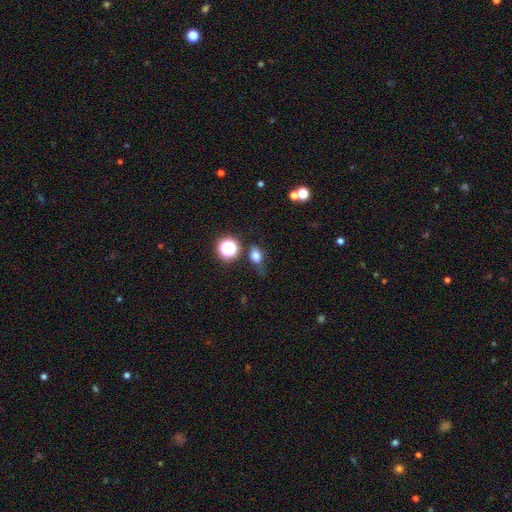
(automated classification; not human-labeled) A smooth galaxy with no disk features (75%) that is in between round and cigar-shaped (62%).

Vote fractions:
- Smooth or featured? smooth: 75% / star or artifact: 16% / featured or disk: 8%
- How rounded? in between: 62% / round: 35% / cigar-shaped: 2%
- Merging? none: 60% / minor disturbance: 25% / major disturbance: 9% / merger: 5%